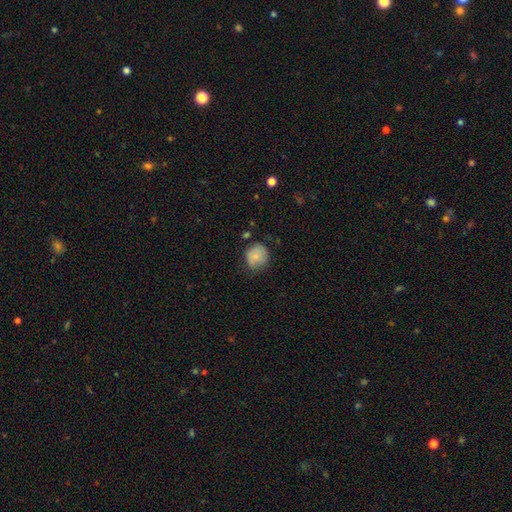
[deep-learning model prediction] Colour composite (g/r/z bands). It shows a smooth galaxy with no disk features (79%) that is round (76%). Merging: none (60%).